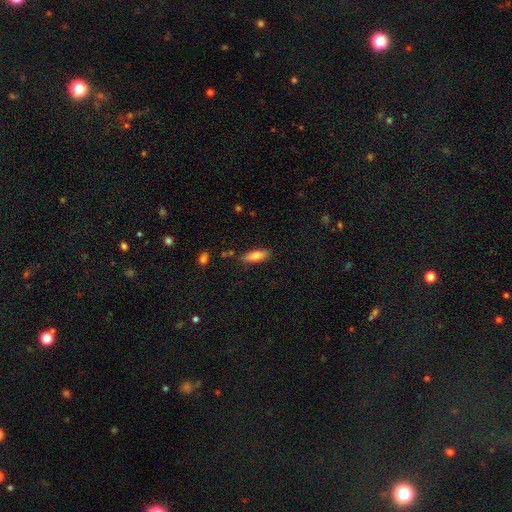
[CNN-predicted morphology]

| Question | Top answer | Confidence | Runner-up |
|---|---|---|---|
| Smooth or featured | smooth | 75% | featured or disk (19%) |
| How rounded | in between | 61% | cigar-shaped (37%) |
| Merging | none | 83% | minor disturbance (12%) |